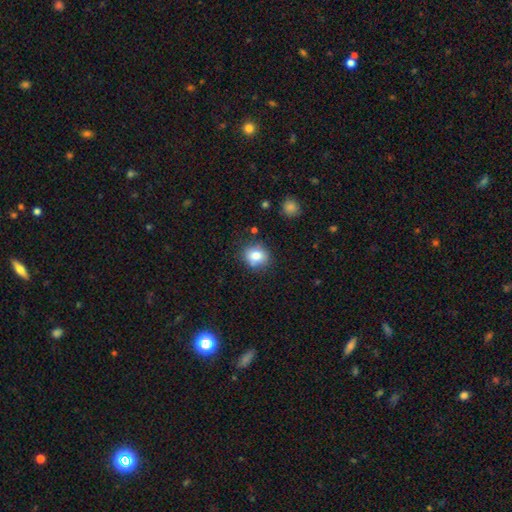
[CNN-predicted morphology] A smooth galaxy with no disk features (81%) that is round (70%).

Vote fractions:
- Smooth or featured? smooth: 81% / star or artifact: 10% / featured or disk: 9%
- How rounded? round: 70% / in between: 29% / cigar-shaped: 1%
- Merging? none: 79% / minor disturbance: 15% / major disturbance: 3% / merger: 3%